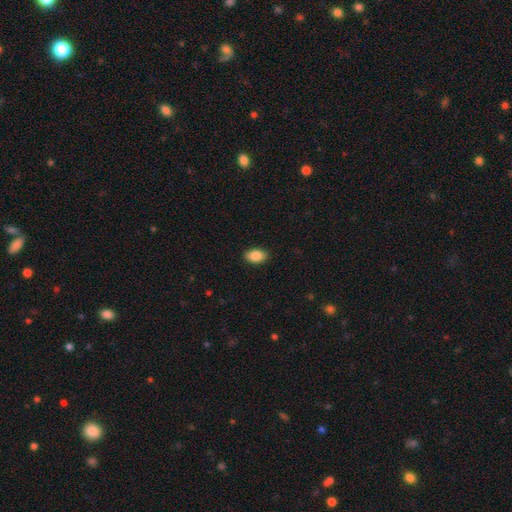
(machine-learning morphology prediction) Smooth or featured: smooth — 87% (star or artifact — 7%)
How rounded: in between — 90% (round — 8%)
Merging: none — 90% (minor disturbance — 8%)